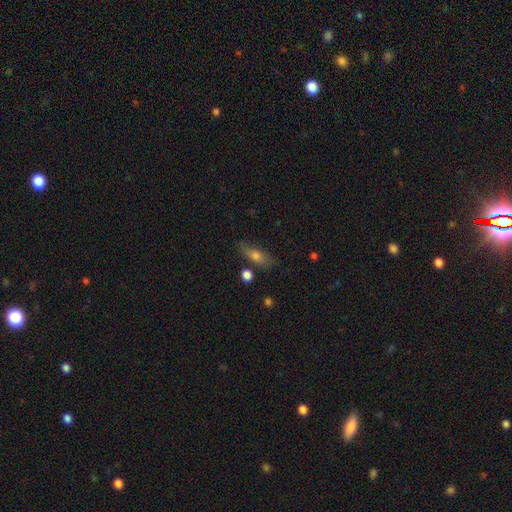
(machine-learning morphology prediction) Smooth or featured? Predicted: smooth (p=0.65). How rounded? Predicted: in between (p=0.59). Merging? Predicted: none (p=0.75).